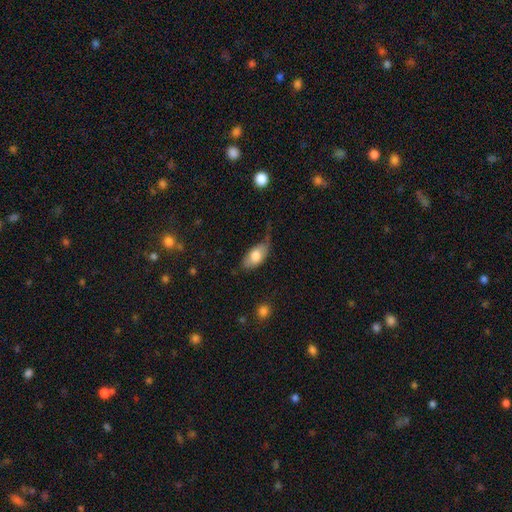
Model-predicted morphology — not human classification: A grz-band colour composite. It shows a smooth galaxy with no disk features (73%) that is in between round and cigar-shaped (92%). Merging: minor disturbance (37%).